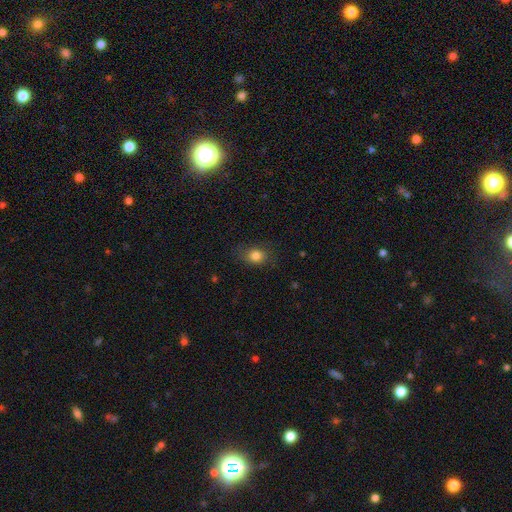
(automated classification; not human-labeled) smooth-or-featured: smooth: 82% | star or artifact: 11% | featured or disk: 8%
  how-rounded: in between: 56% | round: 42% | cigar-shaped: 2%
  merging: none: 77% | minor disturbance: 17% | major disturbance: 6% | merger: 1%